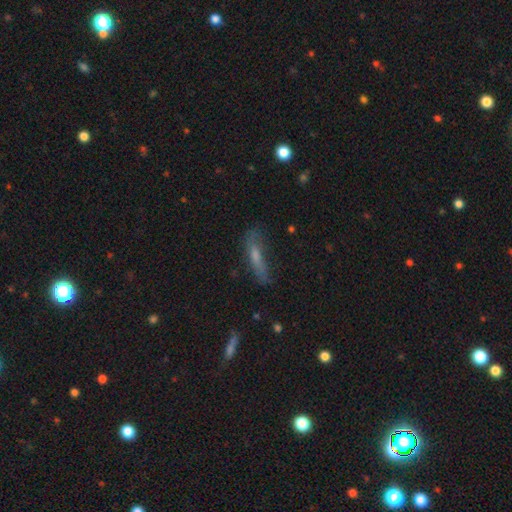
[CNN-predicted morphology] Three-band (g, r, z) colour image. It shows a smooth galaxy with no disk features (47%). Merging: none (55%).